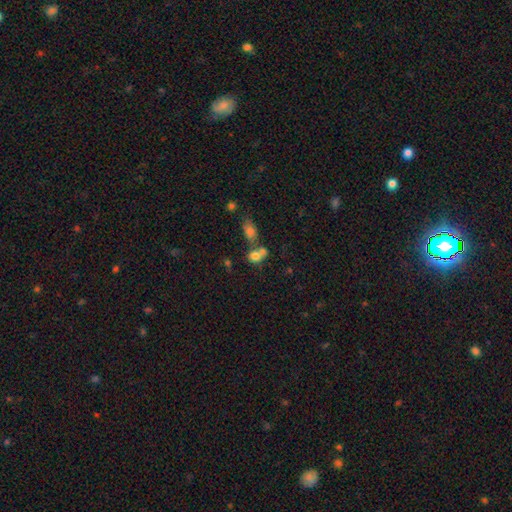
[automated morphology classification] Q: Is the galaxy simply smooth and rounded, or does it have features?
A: smooth — 75%.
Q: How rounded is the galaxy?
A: round — 60%.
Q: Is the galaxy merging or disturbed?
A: merger — 50%.